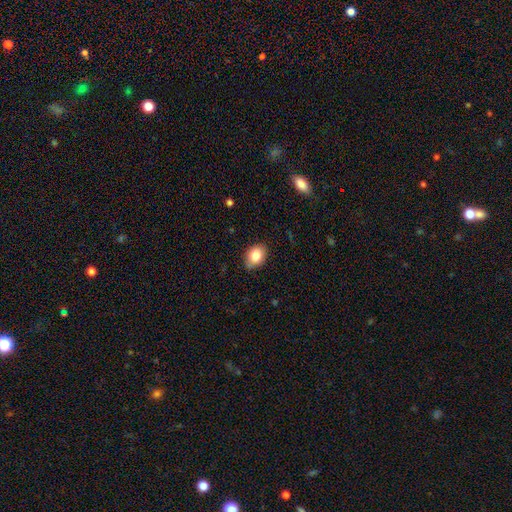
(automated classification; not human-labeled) This appears to be a smooth galaxy with no disk features (83%) that is in between round and cigar-shaped (69%). Merging: none (82%).